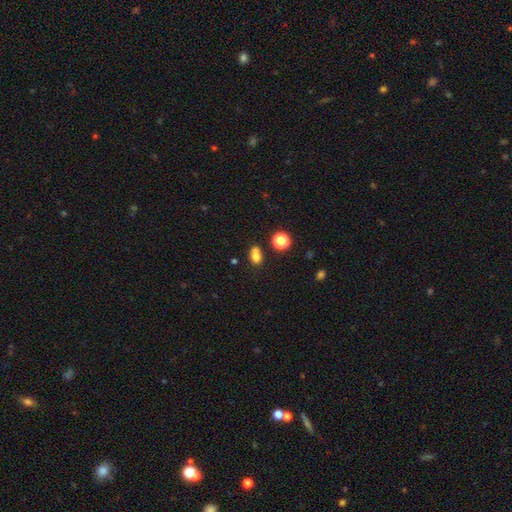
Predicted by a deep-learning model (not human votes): Morphology: type=smooth (74%); roundness=round (49%, tied with in between); merging=merger (41%).